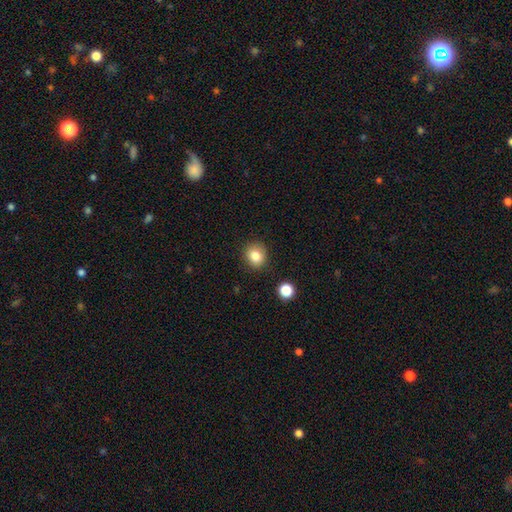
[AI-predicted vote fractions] Overall: smooth (83%). How rounded: round (79%). Merging: none (87%).